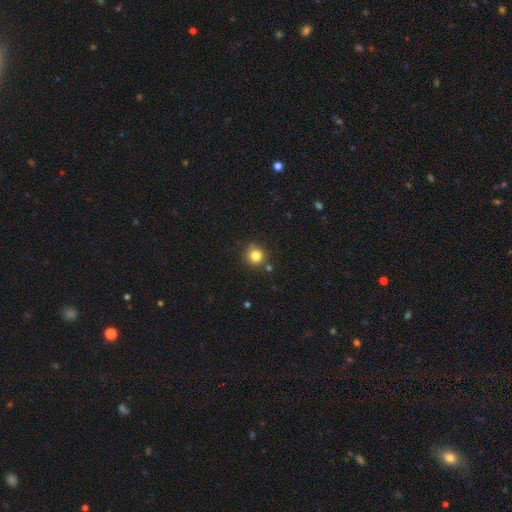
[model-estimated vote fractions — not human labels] Morphology: type=smooth (83%); roundness=round (91%); merging=none (81%).